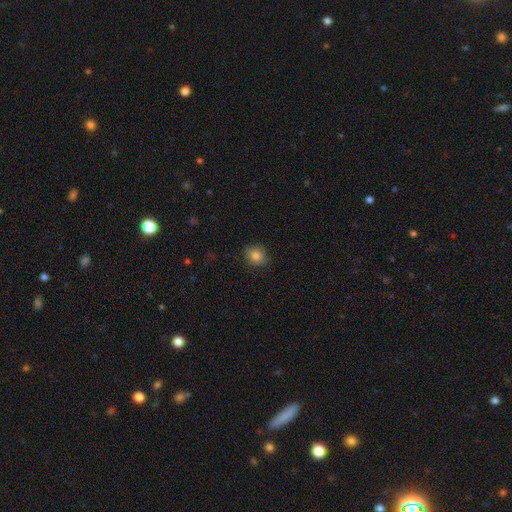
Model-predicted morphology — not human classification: This appears to be a smooth galaxy with no disk features (82%) that is round (74%). Merging: none (81%).